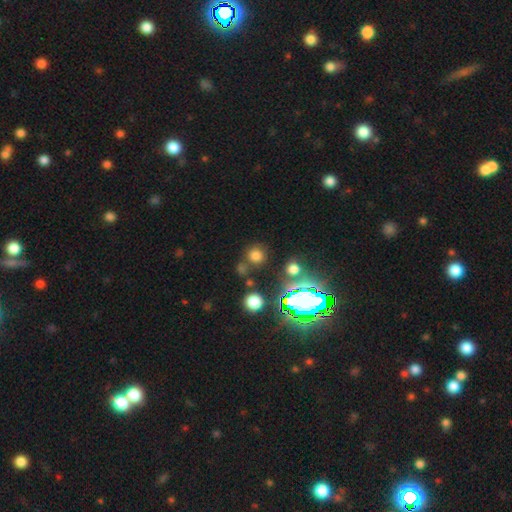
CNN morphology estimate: smooth_or_featured: smooth (p=0.66) [alt: star or artifact p=0.26]
how_rounded: round (p=0.90) [alt: in between p=0.09]
merging: none (p=0.77) [alt: minor disturbance p=0.10]